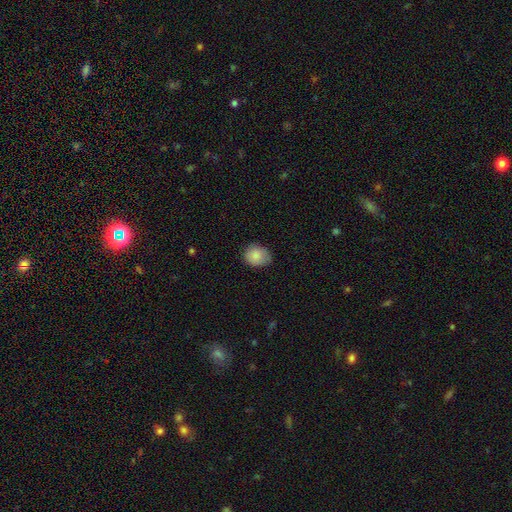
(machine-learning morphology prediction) Smooth or featured?
  - smooth: 85% *
  - featured or disk: 8%
  - star or artifact: 8%
How rounded?
  - round: 61% *
  - in between: 39%
  - cigar-shaped: 1%
Merging?
  - none: 69% *
  - minor disturbance: 26%
  - major disturbance: 4%
  - merger: 1%